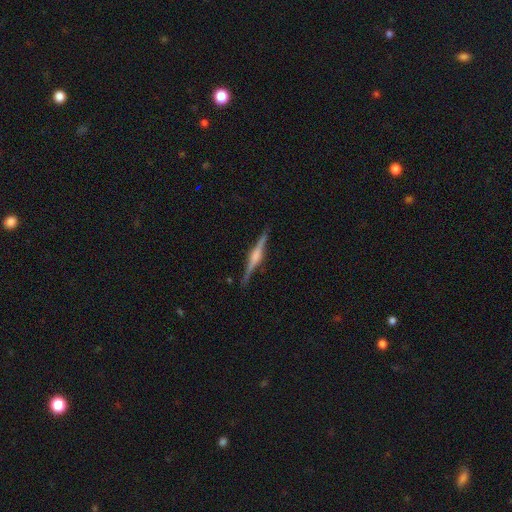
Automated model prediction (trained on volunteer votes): featured or disk 81%, smooth 14%, star or artifact 6%. Down the decision tree: edge-on disk — yes (98%); edge-on bulge — rounded (71%); merging — none (89%).